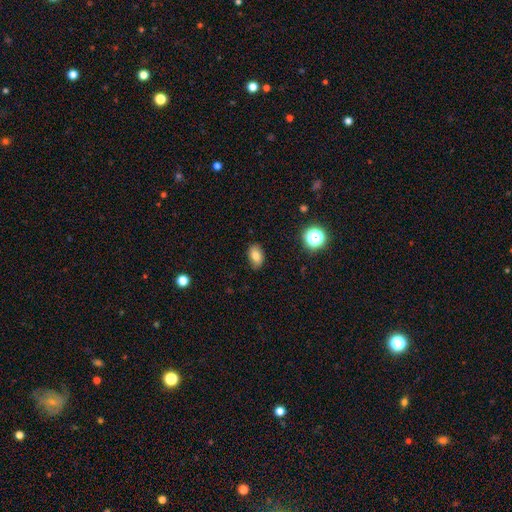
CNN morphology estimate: smooth-or-featured: smooth: 78% | star or artifact: 11% | featured or disk: 10%
  how-rounded: in between: 86% | round: 13% | cigar-shaped: 1%
  merging: none: 83% | minor disturbance: 13% | major disturbance: 3% | merger: 1%